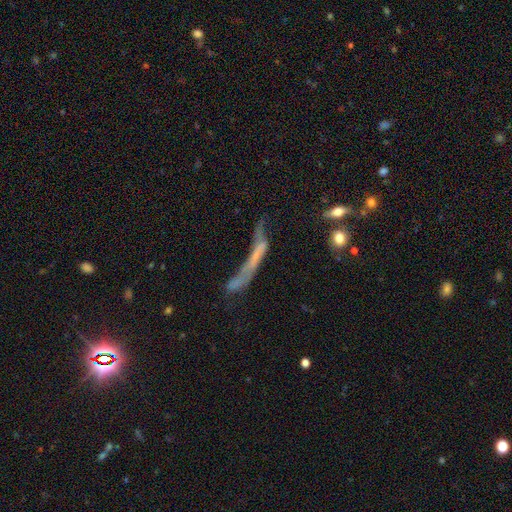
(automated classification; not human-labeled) Smooth or featured? featured or disk (44%)
Merging? major disturbance (37%)